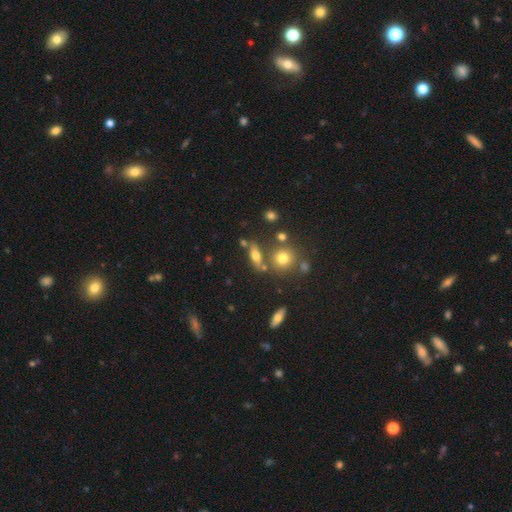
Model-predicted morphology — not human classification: type=smooth (58%); roundness=in between (53%); merging=none (68%).